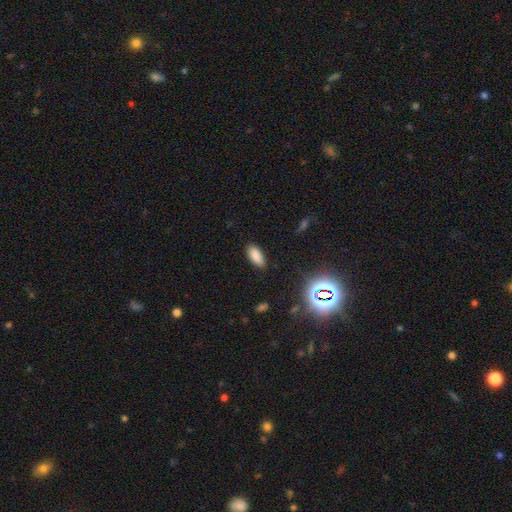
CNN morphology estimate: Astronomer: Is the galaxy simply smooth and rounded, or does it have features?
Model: smooth — 84%.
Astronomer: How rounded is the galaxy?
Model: in between — 85%.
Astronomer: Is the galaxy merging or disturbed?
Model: none — 86%.